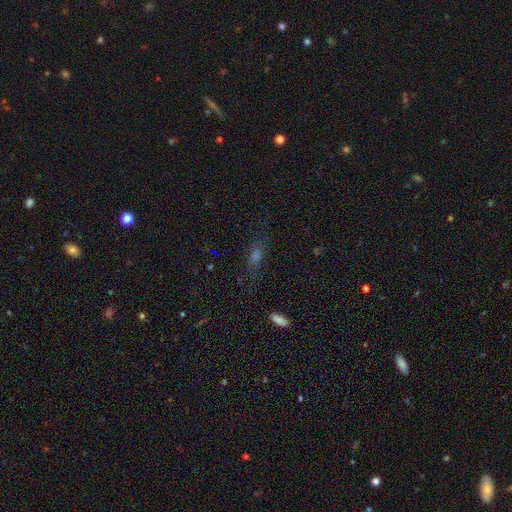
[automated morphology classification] smooth_or_featured: smooth (p=0.48) [alt: star or artifact p=0.29]
merging: none (p=0.72) [alt: minor disturbance p=0.16]